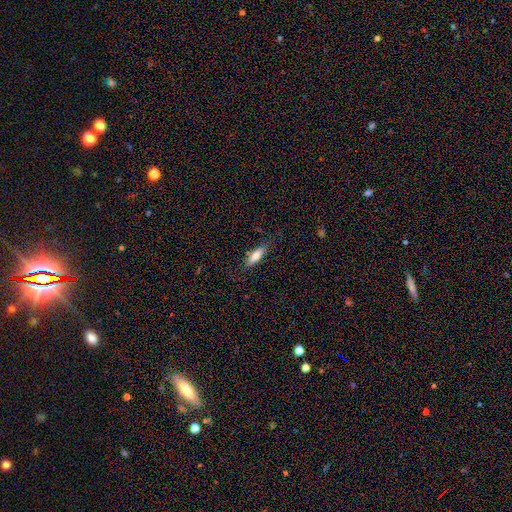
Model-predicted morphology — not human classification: Smooth or featured? Predicted: smooth (p=0.73). How rounded? Predicted: in between (p=0.50). Merging? Predicted: none (p=0.79).